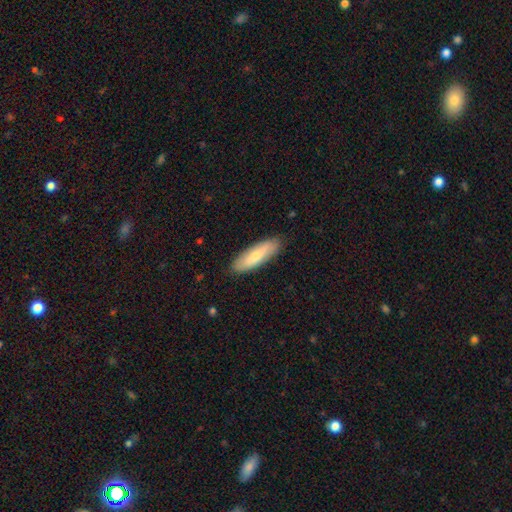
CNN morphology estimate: smooth_or_featured: smooth (p=0.69) [alt: featured or disk p=0.26]
how_rounded: cigar-shaped (p=0.54) [alt: in between p=0.44]
merging: none (p=0.87) [alt: minor disturbance p=0.10]